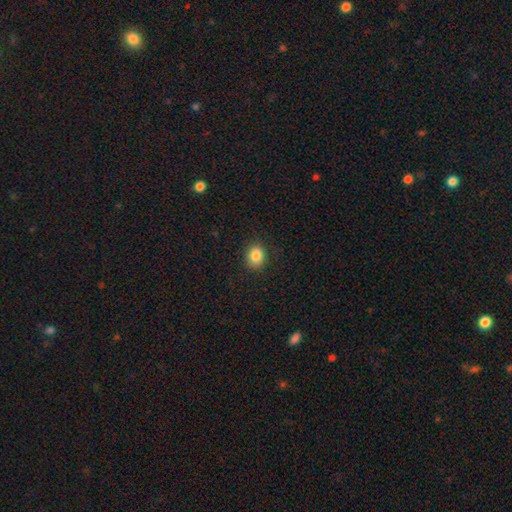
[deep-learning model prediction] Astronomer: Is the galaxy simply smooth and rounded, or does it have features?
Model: smooth — 85%.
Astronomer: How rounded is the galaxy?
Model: round — 60% (runner-up: in between, 39%).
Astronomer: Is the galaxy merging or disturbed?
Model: none — 89%.